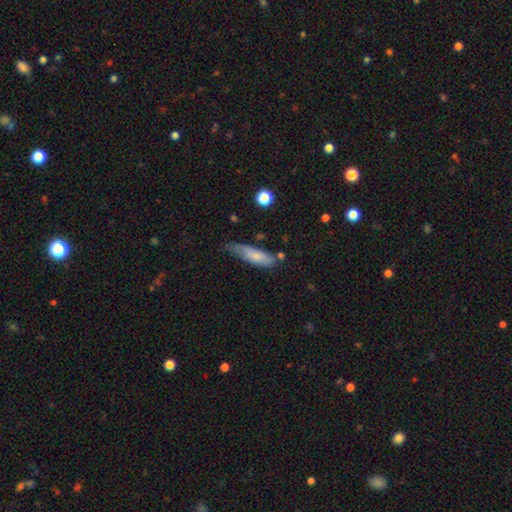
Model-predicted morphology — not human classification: type=smooth (72%); roundness=cigar-shaped (54%); merging=minor disturbance (41%).